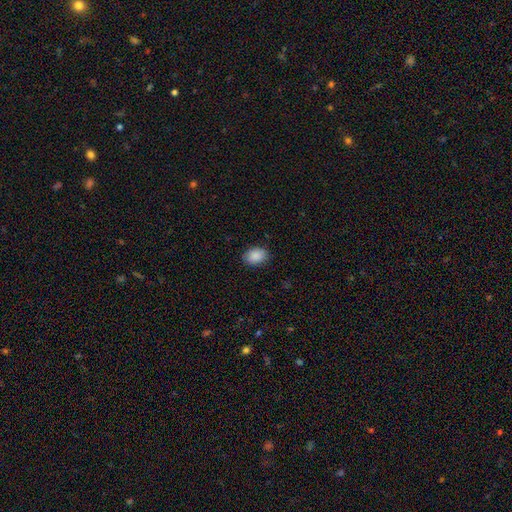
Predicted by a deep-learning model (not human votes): Overall: smooth (90%). How rounded: in between (80%). Merging: none (87%).